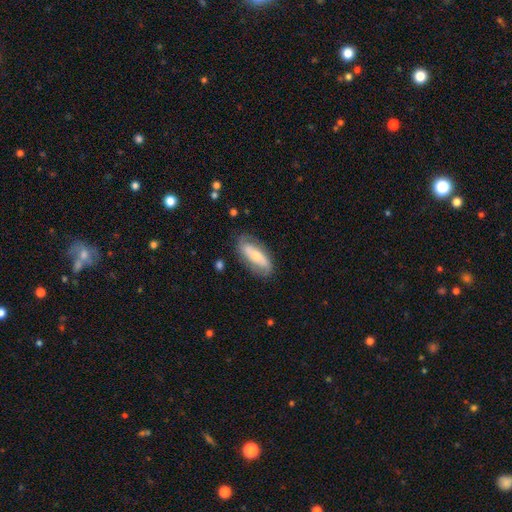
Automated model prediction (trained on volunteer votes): Q: Smooth or featured?
A: featured or disk (52%); runner-up: smooth (42%)
Q: Edge-on disk?
A: no (83%); runner-up: yes (17%)
Q: Merging?
A: none (75%); runner-up: minor disturbance (18%)